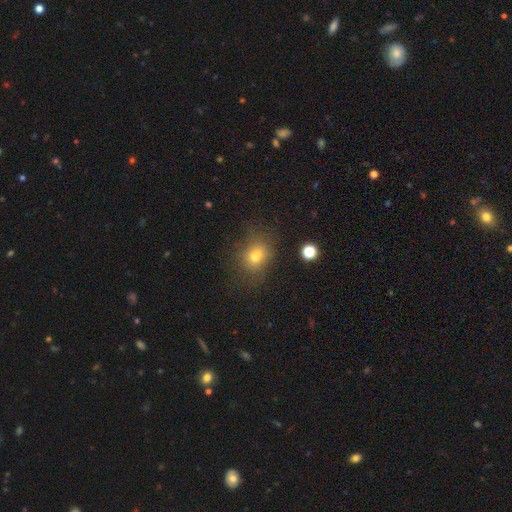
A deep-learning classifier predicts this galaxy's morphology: A smooth galaxy with no disk features (76%) that is round (50%).

Vote fractions:
- Smooth or featured? smooth: 76% / star or artifact: 14% / featured or disk: 11%
- How rounded? round: 50% / in between: 48% / cigar-shaped: 1%
- Merging? none: 74% / minor disturbance: 17% / major disturbance: 7% / merger: 2%